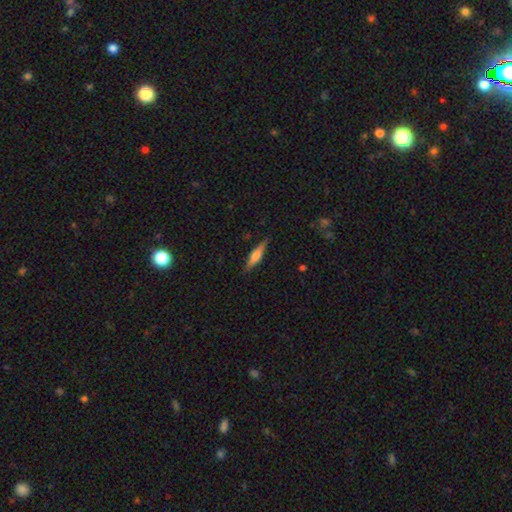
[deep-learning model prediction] smooth 48%, featured or disk 45%, star or artifact 6%. Down the decision tree: merging — none (86%).